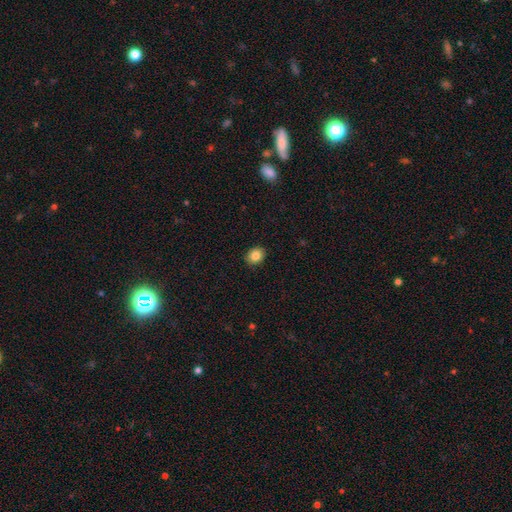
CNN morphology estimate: A smooth galaxy with no disk features (84%) that is round (55%). Merging: none (91%).